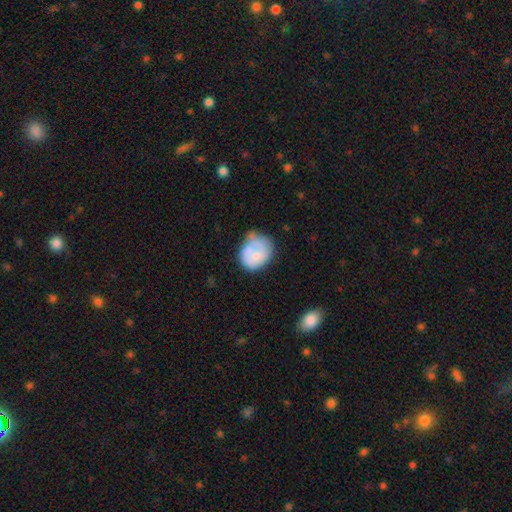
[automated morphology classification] This is likely a smooth galaxy (62%). How rounded: possibly round (58%). Merging: marginally none (39%).